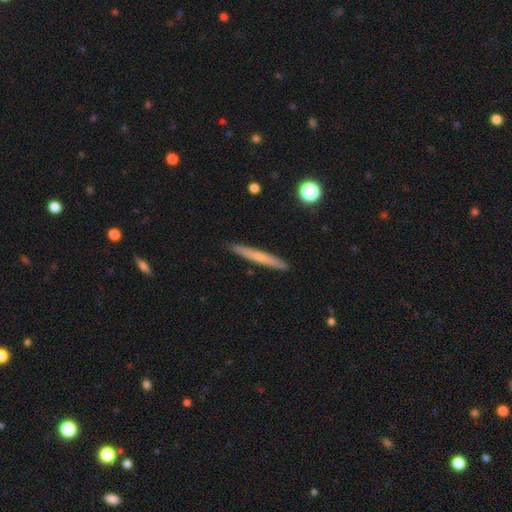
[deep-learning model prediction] Smooth or featured? smooth (51%)
How rounded? cigar-shaped (96%)
Merging? none (91%)